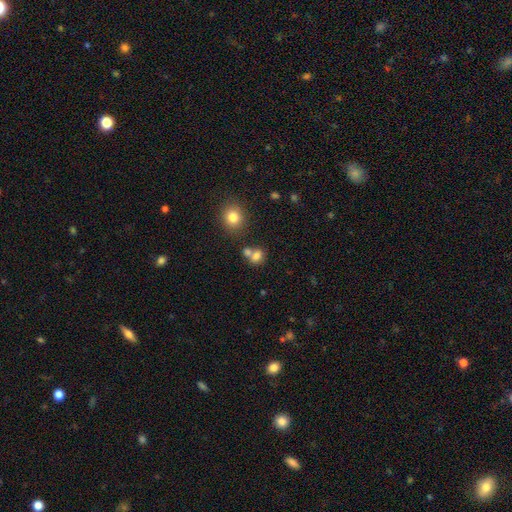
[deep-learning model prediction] Smooth or featured?
  - smooth: 76% *
  - star or artifact: 13%
  - featured or disk: 11%
How rounded?
  - round: 57% *
  - in between: 42%
  - cigar-shaped: 1%
Merging?
  - none: 43% * (tied)
  - merger: 43% * (tied)
  - minor disturbance: 10%
  - major disturbance: 5%